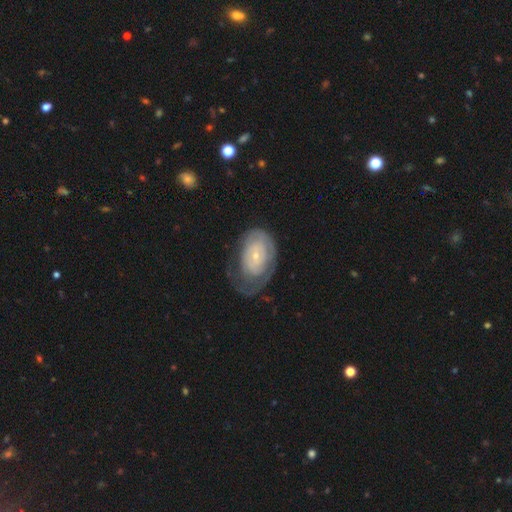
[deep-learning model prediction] This is likely a featured or disk galaxy (65%). It is clearly not viewed edge-on (95%). Bar: likely no (79%). Spiral arm pattern: likely yes (67%). Central bulge: likely small (75%). Merging: marginally none (42%).